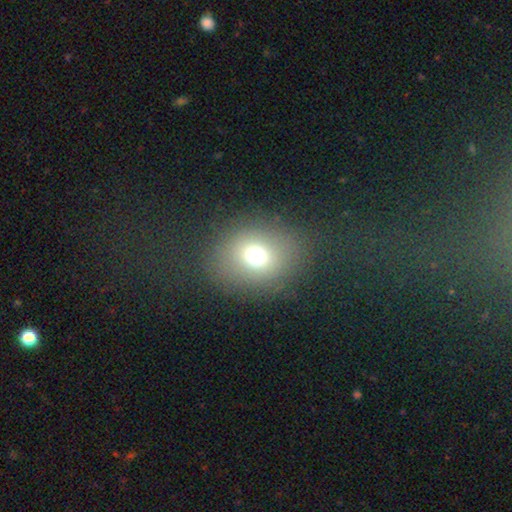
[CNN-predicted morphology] smooth_or_featured: smooth (p=0.69) [alt: star or artifact p=0.19]
how_rounded: round (p=0.61) [alt: in between p=0.38]
merging: none (p=0.82) [alt: minor disturbance p=0.10]